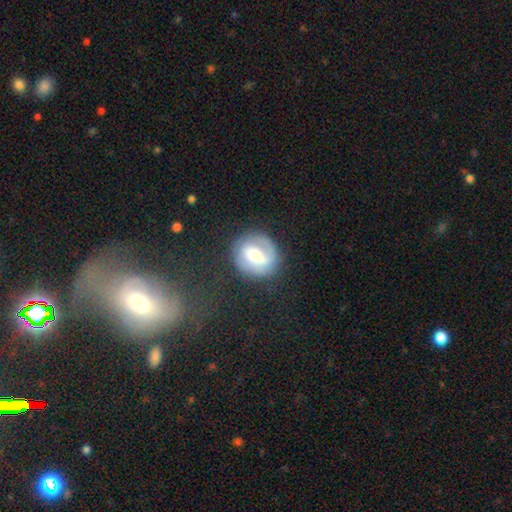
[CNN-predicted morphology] Overall: featured or disk (63%; smooth 29%). Edge-on disk: no (96%). Bar: weak (43%; strong 36%). Spiral arms: yes (76%). Bulge size: moderate (59%; small 28%). Merging: none (79%).